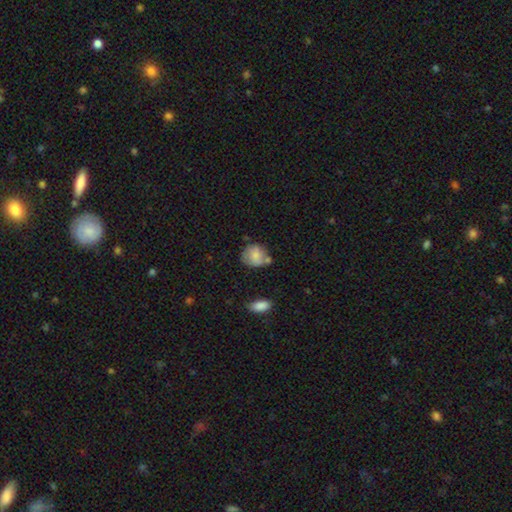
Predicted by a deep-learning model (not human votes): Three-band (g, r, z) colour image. It shows a smooth galaxy with no disk features (76%) that is round (71%). Merging: none (49%).